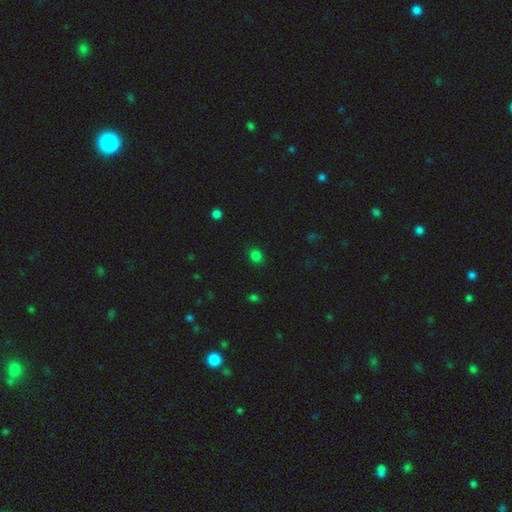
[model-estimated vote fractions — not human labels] smooth-or-featured: smooth: 80% | star or artifact: 17% | featured or disk: 3%
  how-rounded: round: 67% | in between: 32% | cigar-shaped: 1%
  merging: none: 88% | minor disturbance: 8% | major disturbance: 2% | merger: 1%